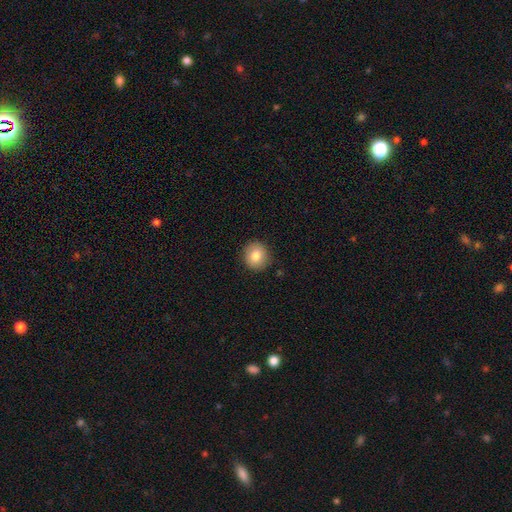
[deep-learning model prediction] Smooth or featured?
  - smooth: 82% *
  - featured or disk: 9%
  - star or artifact: 9%
How rounded?
  - round: 88% *
  - in between: 11%
  - cigar-shaped: 1%
Merging?
  - none: 89% *
  - minor disturbance: 8%
  - major disturbance: 2%
  - merger: 1%